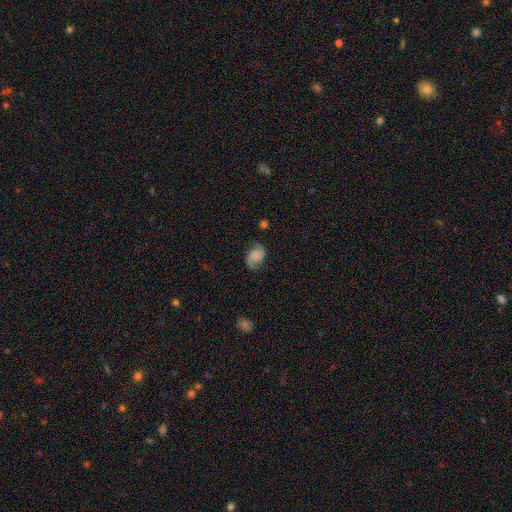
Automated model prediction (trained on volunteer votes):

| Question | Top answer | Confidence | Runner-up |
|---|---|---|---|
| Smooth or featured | featured or disk | 67% | smooth (24%) |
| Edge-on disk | no | 98% | yes (2%) |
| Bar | no | 66% | weak (28%) |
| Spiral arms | yes | 95% | no (5%) |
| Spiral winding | medium | 44% | loose (35%) |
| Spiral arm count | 2 | 87% | 1 (6%) |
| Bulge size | none | 55% | small (20%) |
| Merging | none | 71% | minor disturbance (19%) |